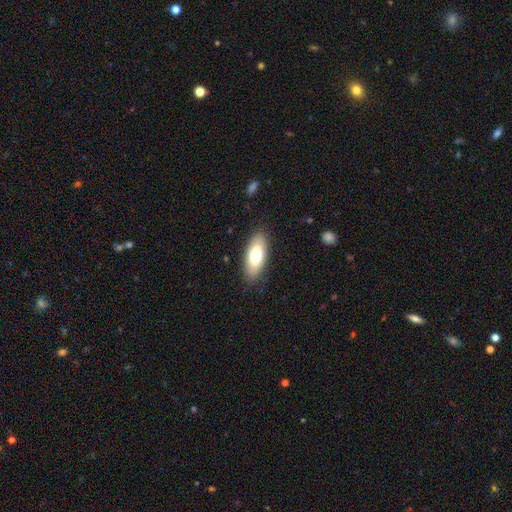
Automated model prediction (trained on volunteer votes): This appears to be a smooth galaxy with no disk features (74%) that is in between round and cigar-shaped (79%). Merging: none (86%).